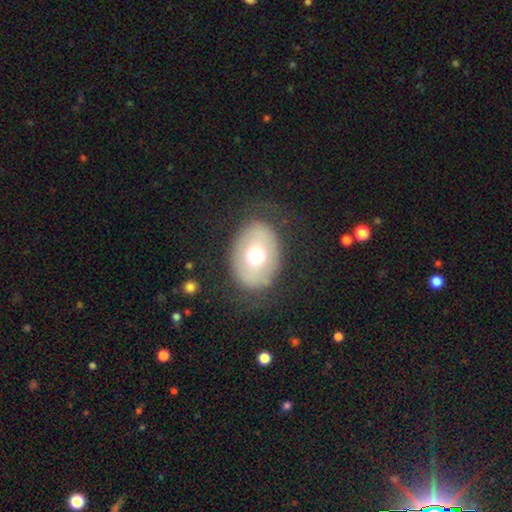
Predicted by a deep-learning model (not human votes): Q: Smooth or featured?
A: smooth (59%); runner-up: featured or disk (32%)
Q: How rounded?
A: in between (67%); runner-up: round (32%)
Q: Merging?
A: none (71%); runner-up: minor disturbance (16%)